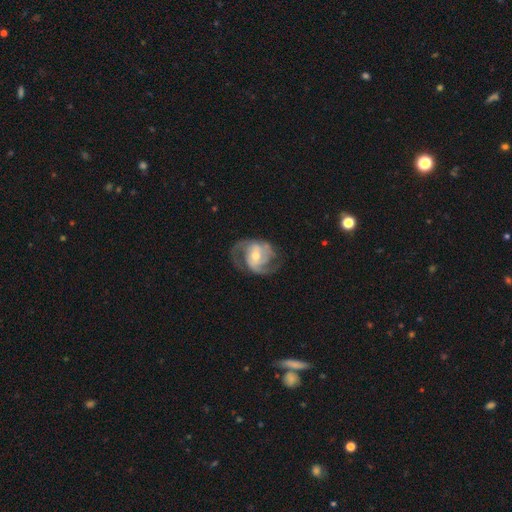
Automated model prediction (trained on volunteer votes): A featured or disk galaxy (84%) with a weak bar (41%), 2 (62%) medium (51%) spiral arms (94%) and a moderate central bulge (57%).

Vote fractions:
- Smooth or featured? featured or disk: 84% / smooth: 11% / star or artifact: 5%
- Edge-on disk? no: 98% / yes: 2%
- Bar? weak: 41% / no: 40% / strong: 19%
- Spiral arms? yes: 94% / no: 6%
- Spiral winding? medium: 51% / tight: 27% / loose: 22%
- Spiral arm count? 2: 62% / 3: 18% / can't tell: 11% / 1: 4% / 4: 3% / more than 4: 2%
- Bulge size? moderate: 57% / small: 37% / large: 4% / none: 1% / dominant: 1%
- Merging? none: 62% / minor disturbance: 19% / major disturbance: 17% / merger: 2%